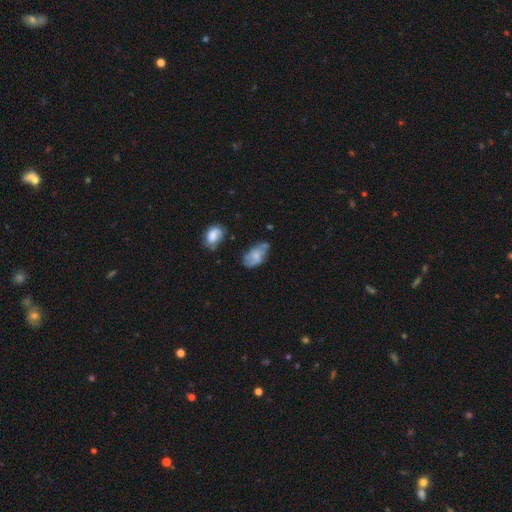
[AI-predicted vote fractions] smooth 53%, featured or disk 38%, star or artifact 9%. Down the decision tree: how rounded — in between (91%); merging — none (43%).